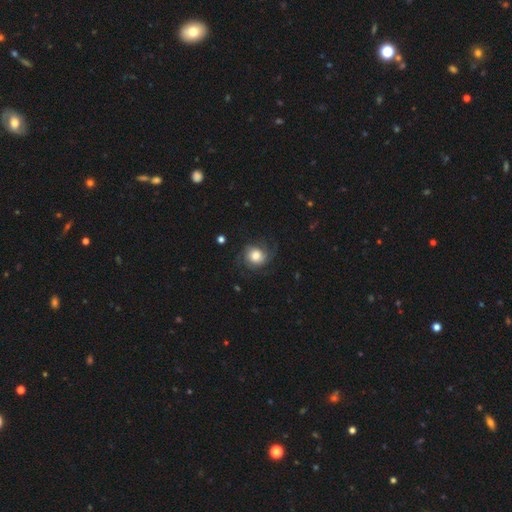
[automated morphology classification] Smooth or featured? Predicted: featured or disk (p=0.48). Merging? Predicted: none (p=0.67).